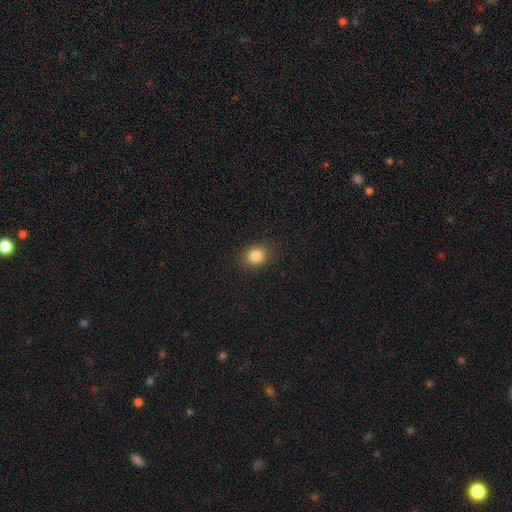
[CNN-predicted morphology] Smooth or featured? smooth (84%)
How rounded? round (52%)
Merging? none (87%)